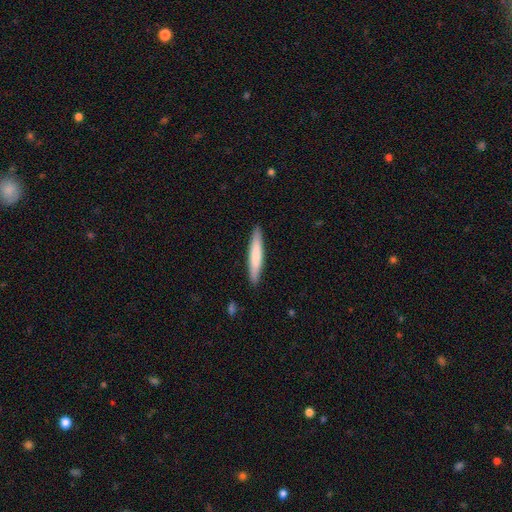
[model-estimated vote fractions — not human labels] Smooth or featured: smooth — 73% (featured or disk — 22%)
How rounded: cigar-shaped — 92% (in between — 7%)
Merging: none — 90% (minor disturbance — 7%)